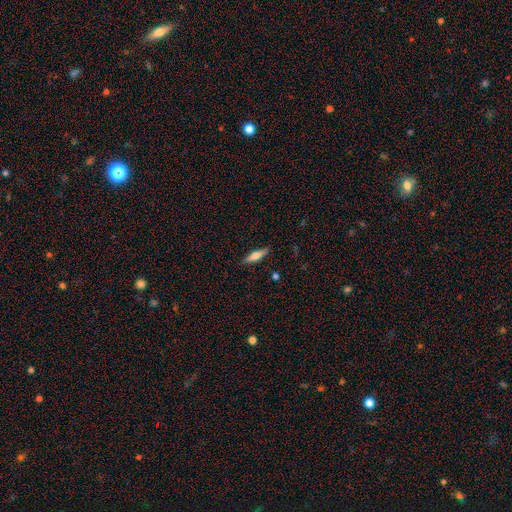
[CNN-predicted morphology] smooth 61%, featured or disk 33%, star or artifact 6%. Down the decision tree: how rounded — cigar-shaped (71%); merging — none (88%).